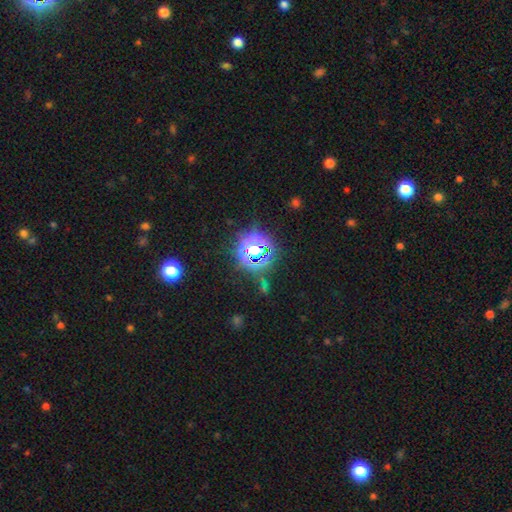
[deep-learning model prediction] Smooth or featured: star or artifact — 79% (smooth — 15%)